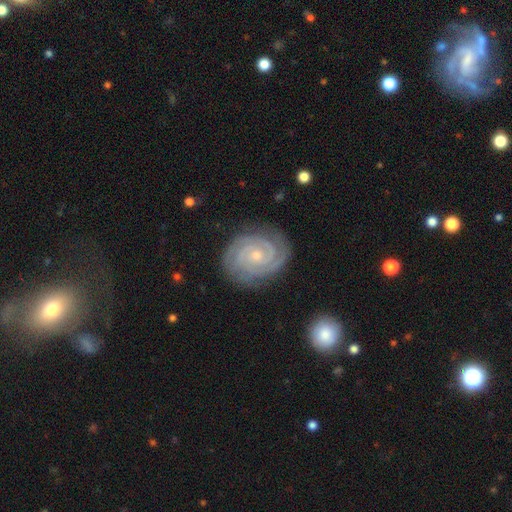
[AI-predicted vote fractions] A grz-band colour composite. It shows a featured or disk galaxy (91%) with no bar (70%), 2 (57%) tight (83%) spiral arms (99%) and a small central bulge (76%). Merging: none (84%).